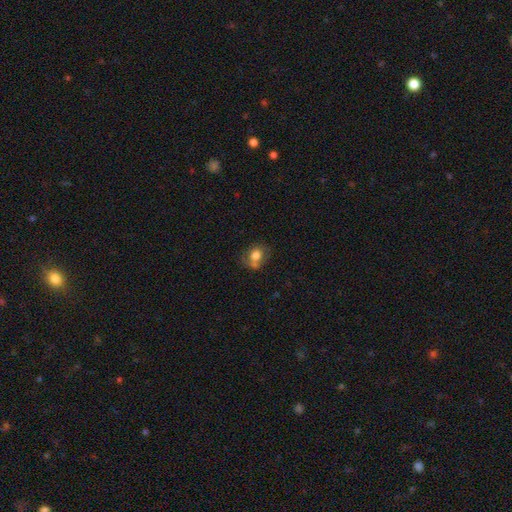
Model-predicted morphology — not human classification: A smooth galaxy with no disk features (68%) that is round (51%). Merging: none (53%).